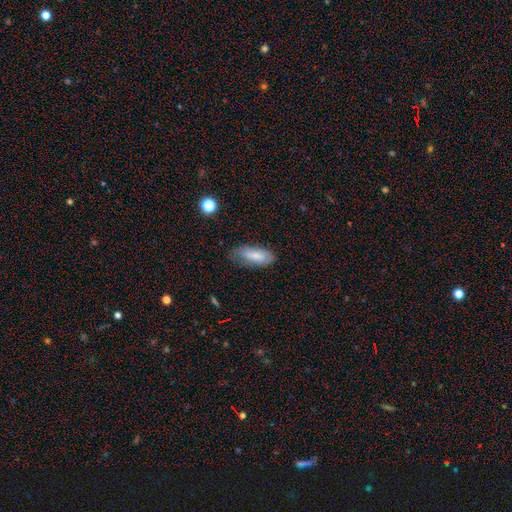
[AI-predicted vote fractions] Overall: smooth (76%). How rounded: in between (76%). Merging: none (65%; minor disturbance 26%).